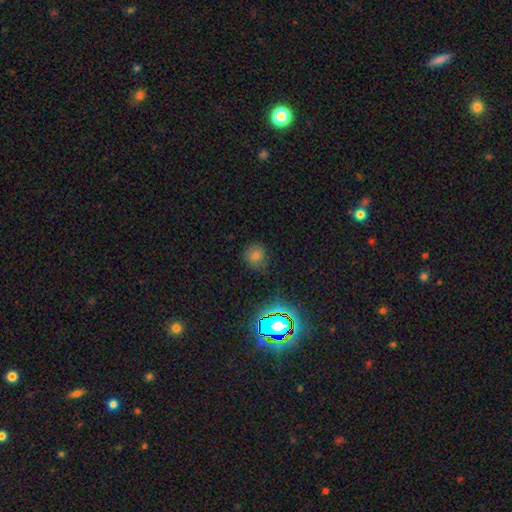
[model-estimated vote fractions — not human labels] smooth 67%, star or artifact 24%, featured or disk 9%. Down the decision tree: how rounded — round (83%); merging — none (78%).